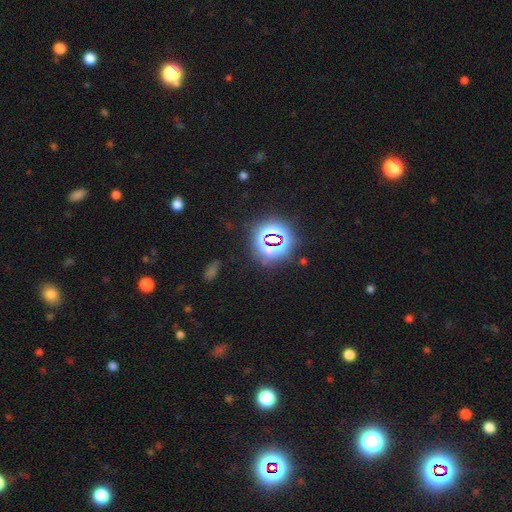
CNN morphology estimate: smooth-or-featured: star or artifact: 81% | smooth: 12% | featured or disk: 7%